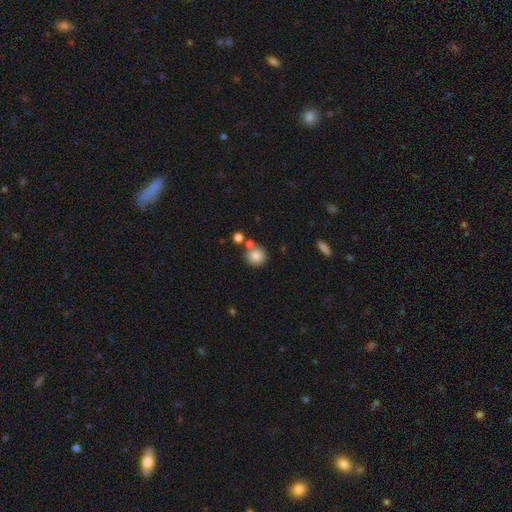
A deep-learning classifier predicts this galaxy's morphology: type=smooth (83%); roundness=round (90%); merging=none (68%).